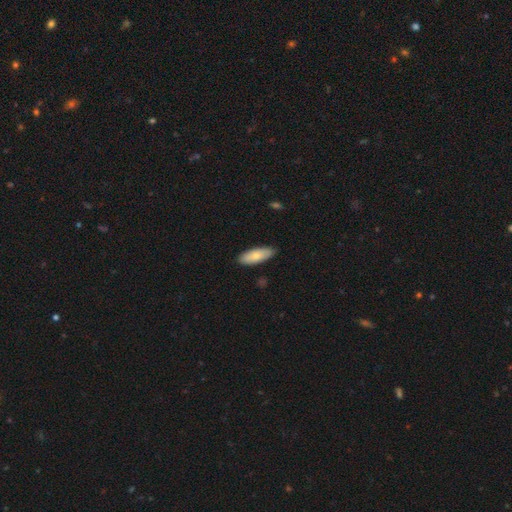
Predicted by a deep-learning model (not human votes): Smooth or featured? smooth (77%)
How rounded? in between (74%)
Merging? none (87%)